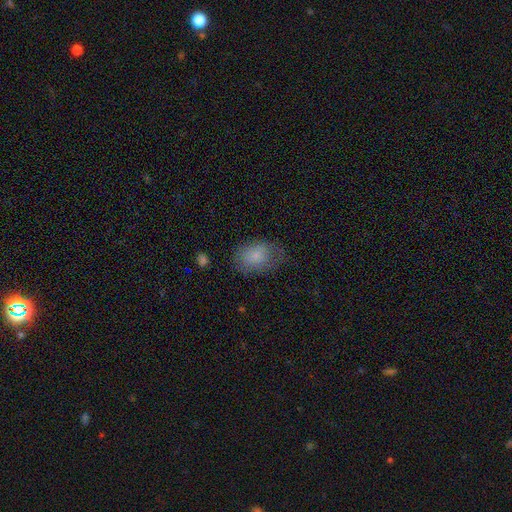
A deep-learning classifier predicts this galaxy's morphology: smooth-or-featured: smooth: 76% | featured or disk: 16% | star or artifact: 8%
  how-rounded: in between: 79% | round: 20% | cigar-shaped: 1%
  merging: none: 58% | minor disturbance: 27% | major disturbance: 14% | merger: 2%